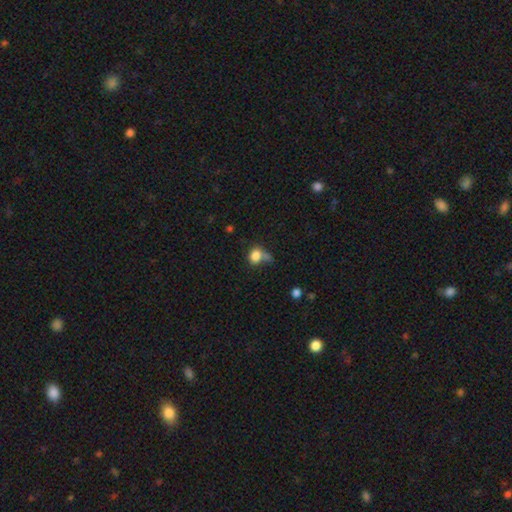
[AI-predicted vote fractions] Smooth or featured?
  - smooth: 81% *
  - star or artifact: 11%
  - featured or disk: 9%
How rounded?
  - round: 50% *
  - in between: 49%
  - cigar-shaped: 1%
Merging?
  - none: 36% *
  - merger: 27%
  - minor disturbance: 20%
  - major disturbance: 17%